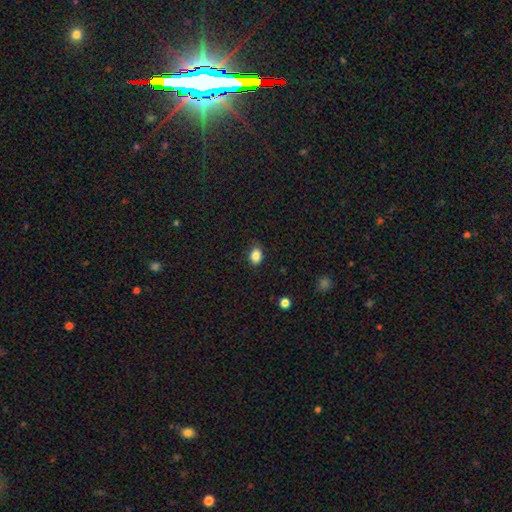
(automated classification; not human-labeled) Q: Smooth or featured?
A: smooth (85%); runner-up: star or artifact (10%)
Q: How rounded?
A: in between (67%); runner-up: round (32%)
Q: Merging?
A: none (81%); runner-up: minor disturbance (15%)